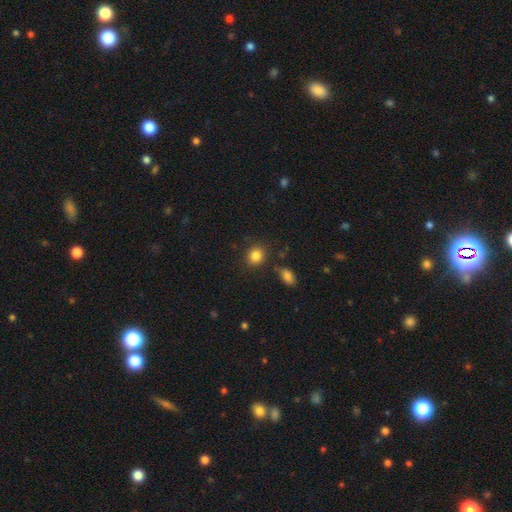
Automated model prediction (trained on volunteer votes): Overall: smooth (84%). How rounded: round (77%). Merging: none (83%).